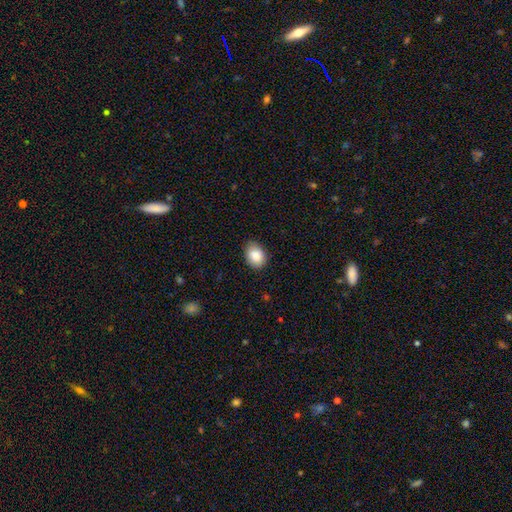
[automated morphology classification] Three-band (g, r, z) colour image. It shows a smooth galaxy with no disk features (87%) that is in between round and cigar-shaped (69%). Merging: none (78%).